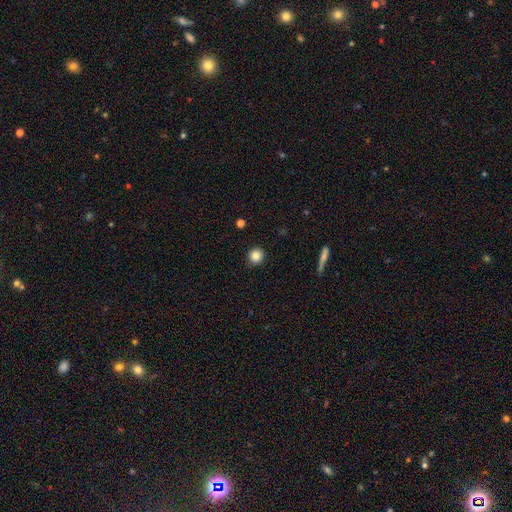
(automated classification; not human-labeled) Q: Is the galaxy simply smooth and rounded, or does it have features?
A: smooth — 84%.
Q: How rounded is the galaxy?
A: round — 93%.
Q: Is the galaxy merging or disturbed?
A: none — 91%.